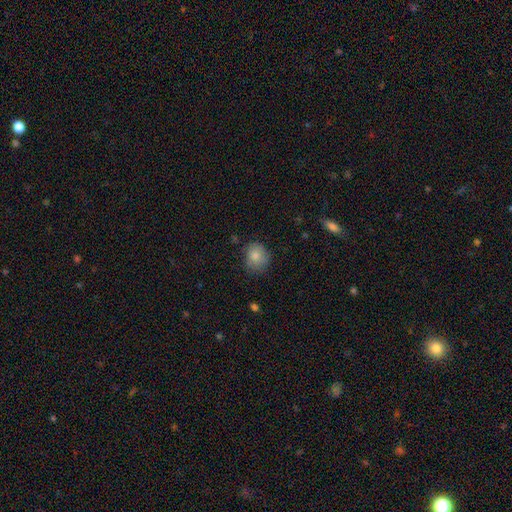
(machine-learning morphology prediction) Smooth or featured?
  - smooth: 83% *
  - star or artifact: 9%
  - featured or disk: 8%
How rounded?
  - round: 77% *
  - in between: 22%
  - cigar-shaped: 1%
Merging?
  - none: 74% *
  - minor disturbance: 20%
  - major disturbance: 4%
  - merger: 1%